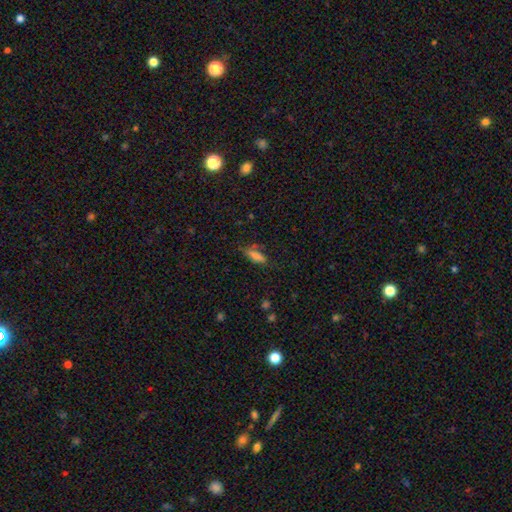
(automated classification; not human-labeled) This appears to be a smooth galaxy with no disk features (74%) that is in between round and cigar-shaped (55%). Merging: none (60%).